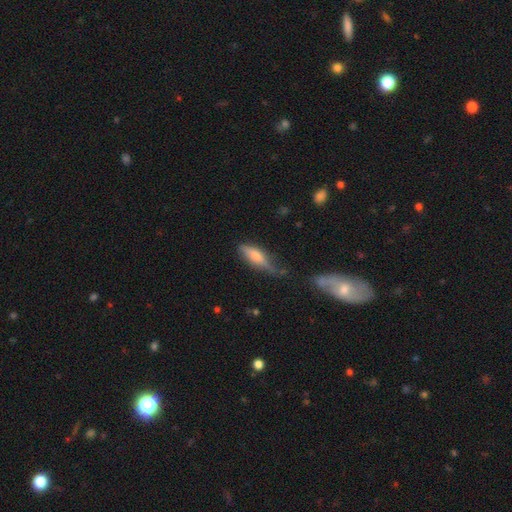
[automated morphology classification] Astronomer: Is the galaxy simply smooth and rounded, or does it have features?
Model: smooth — 58% (runner-up: featured or disk, 35%).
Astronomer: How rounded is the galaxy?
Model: cigar-shaped — 50% (runner-up: in between, 47%).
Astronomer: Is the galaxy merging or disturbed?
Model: none — 47% (runner-up: minor disturbance, 35%).